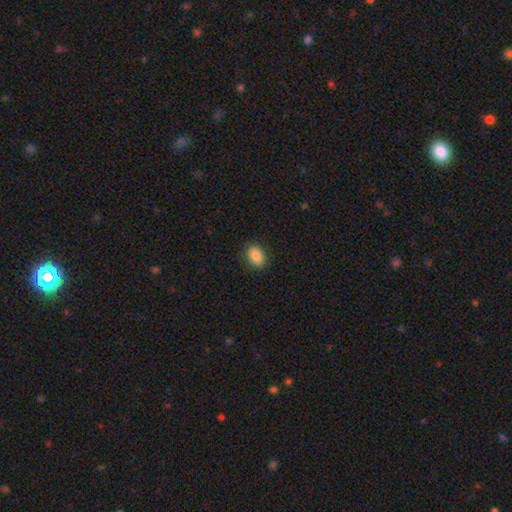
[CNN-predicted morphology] smooth 87%, star or artifact 8%, featured or disk 5%. Down the decision tree: how rounded — in between (79%); merging — none (88%).